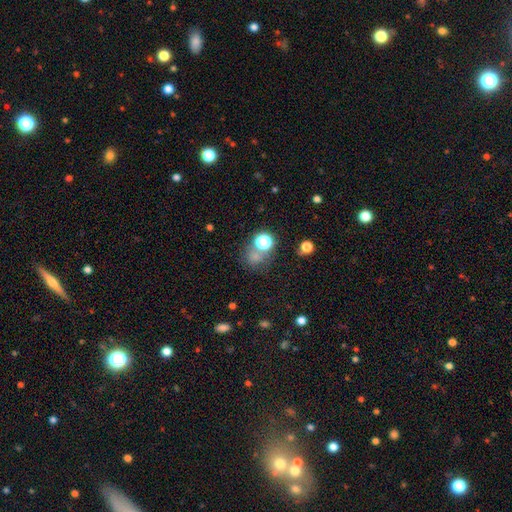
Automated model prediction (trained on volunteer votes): This appears to be a smooth galaxy with no disk features (60%) that is round (79%). Merging: none (61%).